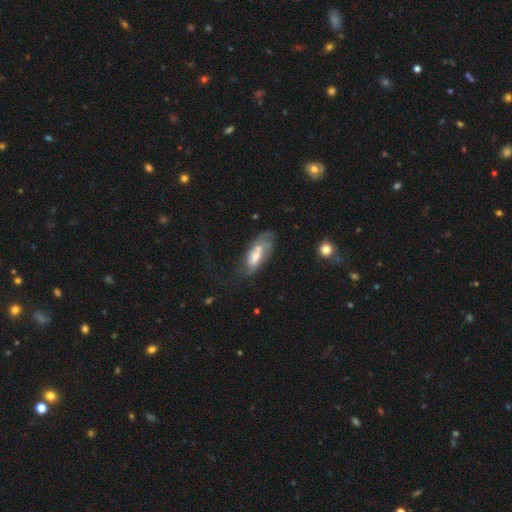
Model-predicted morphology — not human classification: Q: Smooth or featured?
A: featured or disk (54%); runner-up: smooth (38%)
Q: Edge-on disk?
A: no (83%); runner-up: yes (17%)
Q: Merging?
A: none (36%); runner-up: major disturbance (25%)